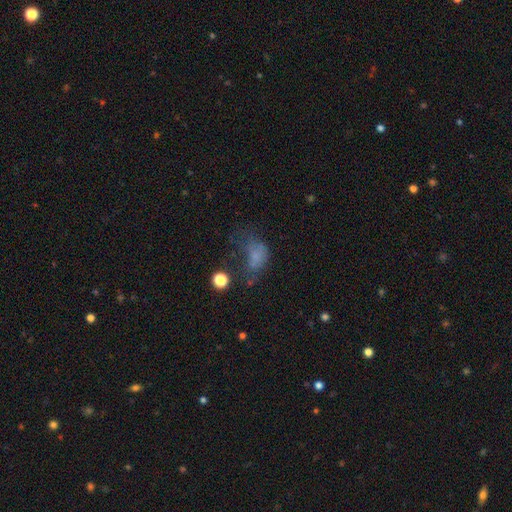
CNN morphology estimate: smooth 58%, featured or disk 22%, star or artifact 19%. Down the decision tree: how rounded — in between (76%); merging — major disturbance (47%).